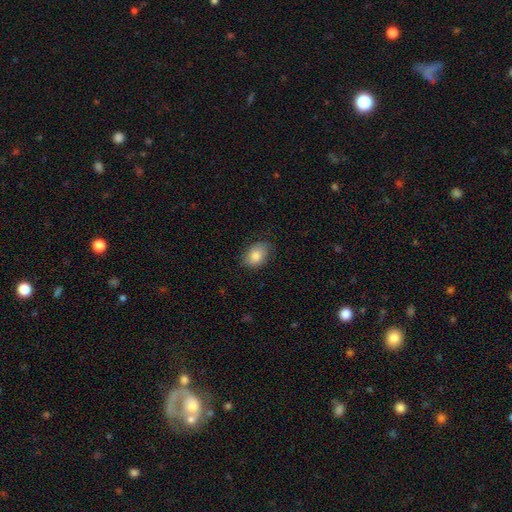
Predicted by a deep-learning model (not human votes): smooth_or_featured: smooth (p=0.83) [alt: featured or disk p=0.09]
how_rounded: in between (p=0.78) [alt: round p=0.21]
merging: none (p=0.77) [alt: minor disturbance p=0.18]